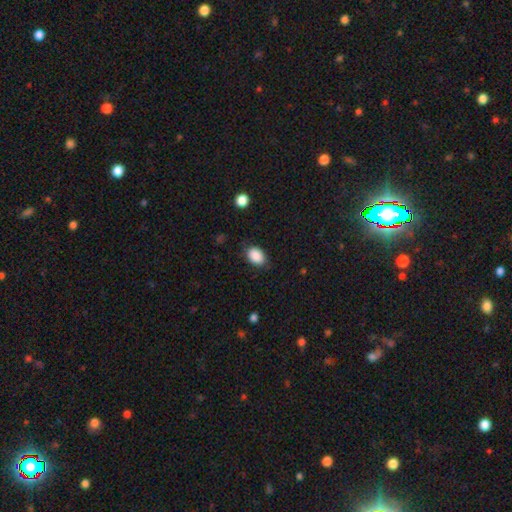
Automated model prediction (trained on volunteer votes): smooth-or-featured: smooth: 89% | star or artifact: 8% | featured or disk: 3%
  how-rounded: in between: 79% | round: 20% | cigar-shaped: 1%
  merging: none: 82% | minor disturbance: 13% | major disturbance: 3% | merger: 1%